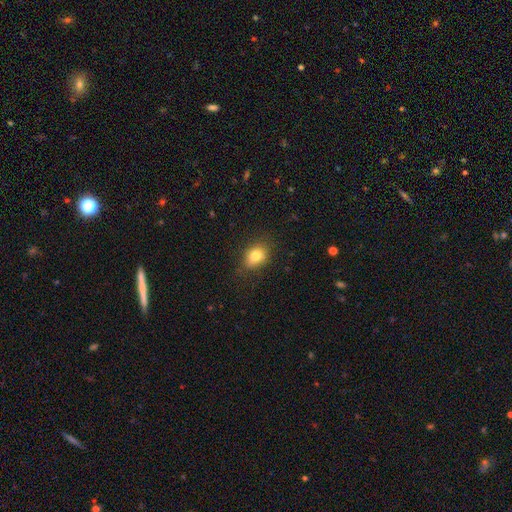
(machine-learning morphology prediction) This is likely a smooth galaxy (77%). How rounded: likely in between (63%). Merging: likely none (76%).